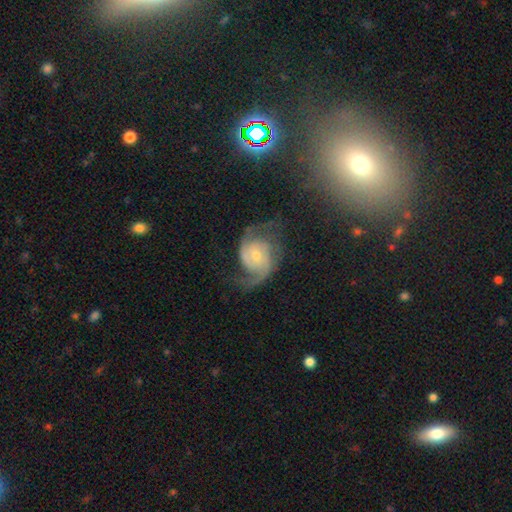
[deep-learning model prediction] smooth-or-featured: featured or disk: 86% | smooth: 8% | star or artifact: 6%
  disk-edge-on: no: 98% | yes: 2%
    bar: no: 61% | weak: 33% | strong: 6%
    has-spiral-arms: yes: 96% | no: 4%
      spiral-winding: medium: 47% | loose: 31% | tight: 21%
      spiral-arm-count: 2: 78% | can't tell: 7% | 3: 6% | 1: 5% | 4: 2% | more than 4: 2%
    bulge-size: small: 50% | moderate: 43% | large: 4% | none: 2% | dominant: 1%
  merging: none: 60% | minor disturbance: 19% | major disturbance: 19% | merger: 2%